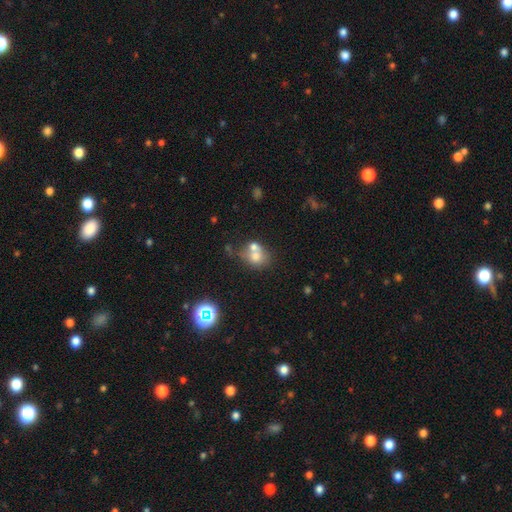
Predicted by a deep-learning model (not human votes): Smooth or featured? Predicted: smooth (p=0.66). How rounded? Predicted: round (p=0.66). Merging? Predicted: merger (p=0.51).